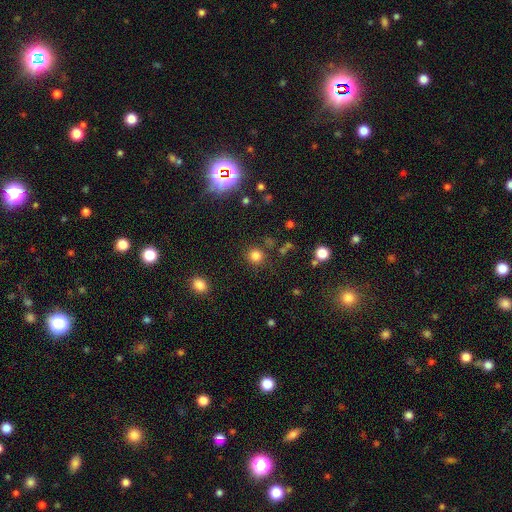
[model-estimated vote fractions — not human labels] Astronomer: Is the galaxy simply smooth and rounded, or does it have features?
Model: smooth — 80%.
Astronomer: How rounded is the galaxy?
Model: round — 92%.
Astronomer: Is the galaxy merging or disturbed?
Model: none — 85%.